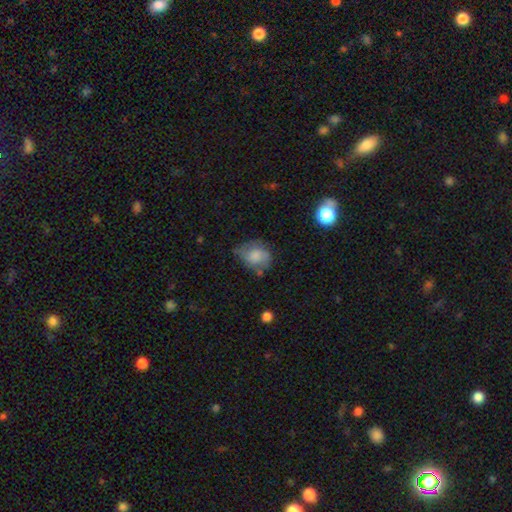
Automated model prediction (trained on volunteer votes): Smooth or featured?
  - smooth: 68% *
  - featured or disk: 23%
  - star or artifact: 9%
How rounded?
  - in between: 51% *
  - round: 48%
  - cigar-shaped: 1%
Merging?
  - none: 45% *
  - minor disturbance: 34%
  - major disturbance: 16%
  - merger: 5%